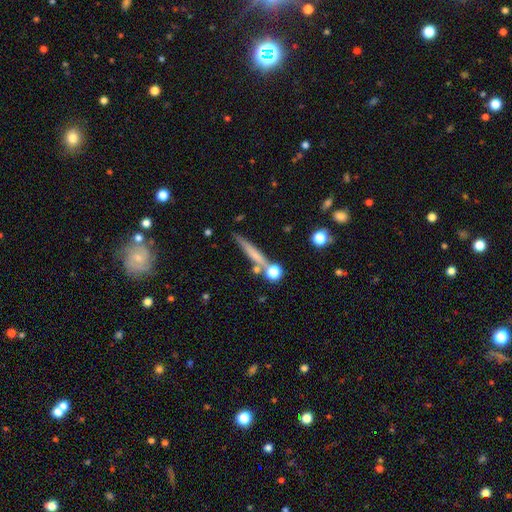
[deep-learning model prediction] This is possibly a smooth galaxy (53%). How rounded: clearly cigar-shaped (89%). Merging: likely none (72%).